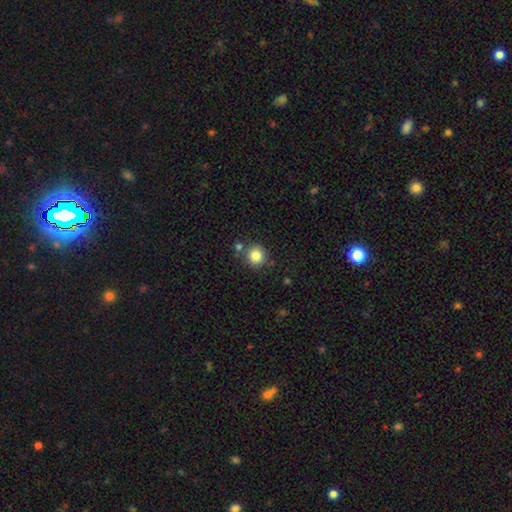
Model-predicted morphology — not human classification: smooth-or-featured: smooth: 84% | star or artifact: 10% | featured or disk: 6%
  how-rounded: round: 91% | in between: 8% | cigar-shaped: 1%
  merging: none: 77% | merger: 10% | minor disturbance: 10% | major disturbance: 3%